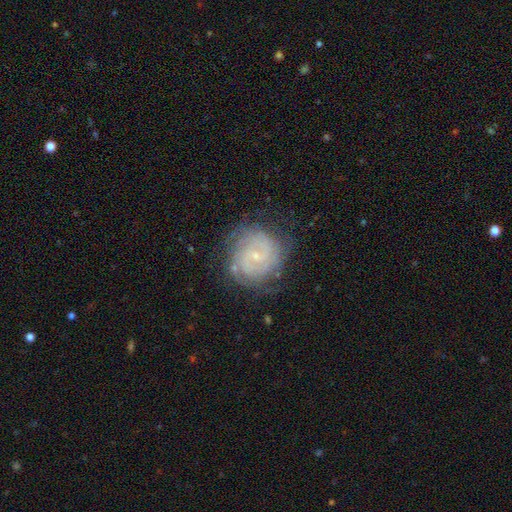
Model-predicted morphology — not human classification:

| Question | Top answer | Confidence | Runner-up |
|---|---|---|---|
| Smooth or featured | featured or disk | 80% | smooth (12%) |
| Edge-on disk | no | 98% | yes (2%) |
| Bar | no | 57% | weak (36%) |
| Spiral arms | yes | 95% | no (5%) |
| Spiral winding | tight | 71% | medium (24%) |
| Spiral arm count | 2 | 32% | can't tell (31%) |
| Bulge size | small | 81% | moderate (13%) |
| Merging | none | 77% | minor disturbance (16%) |